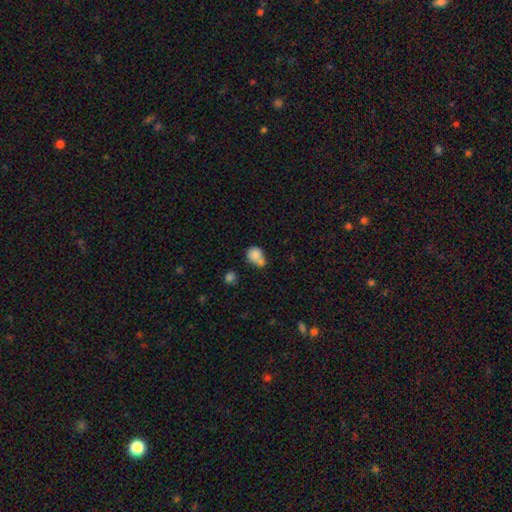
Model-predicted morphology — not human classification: smooth_or_featured: smooth (p=0.81) [alt: star or artifact p=0.10]
how_rounded: round (p=0.68) [alt: in between p=0.31]
merging: merger (p=0.45) [alt: none p=0.36]